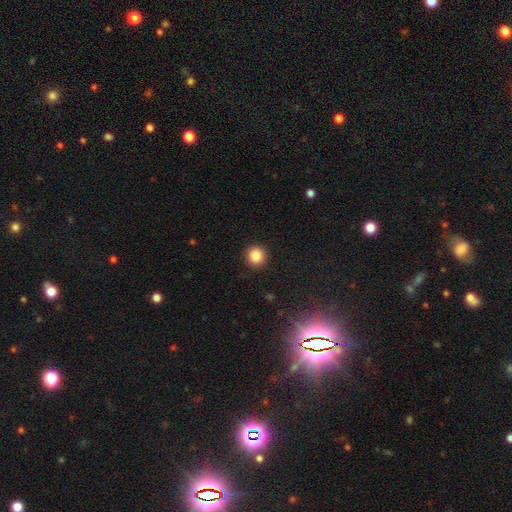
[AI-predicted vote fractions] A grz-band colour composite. It shows a smooth galaxy with no disk features (86%) that is round (93%). Merging: none (92%).